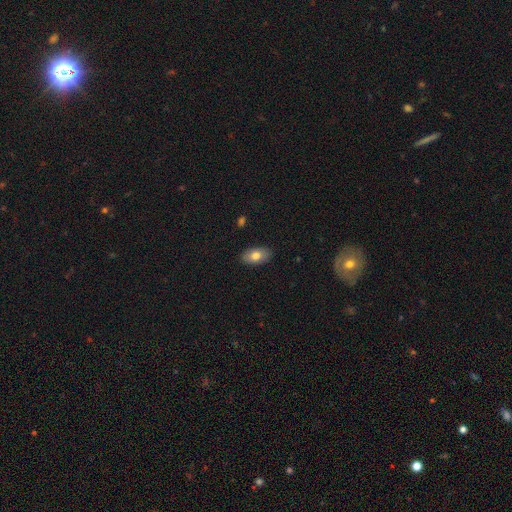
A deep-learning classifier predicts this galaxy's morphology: smooth 79%, featured or disk 14%, star or artifact 7%. Down the decision tree: how rounded — in between (93%); merging — none (88%).